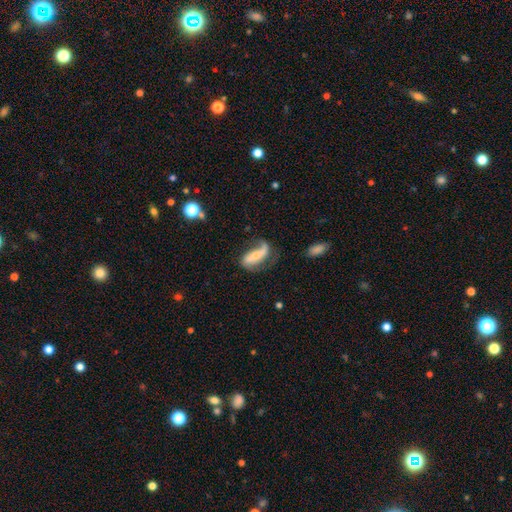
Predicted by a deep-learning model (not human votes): featured or disk 62%, smooth 31%, star or artifact 7%. Down the decision tree: edge-on disk — no (91%); bar — strong (39%); spiral arms — yes (83%); bulge size — small (53%); merging — none (40%).